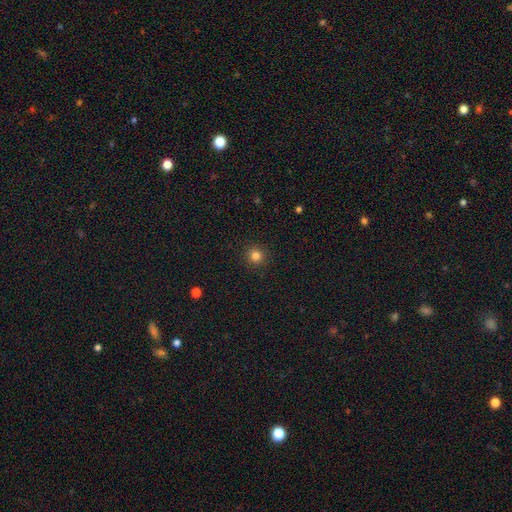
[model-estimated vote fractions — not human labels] smooth 82%, star or artifact 14%, featured or disk 5%. Down the decision tree: how rounded — round (93%); merging — none (92%).